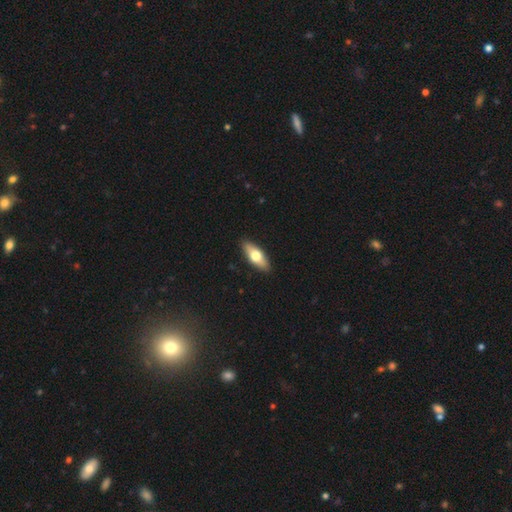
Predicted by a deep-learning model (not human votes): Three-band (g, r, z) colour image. It shows a smooth galaxy with no disk features (61%) that is in between round and cigar-shaped (69%). Merging: none (90%).